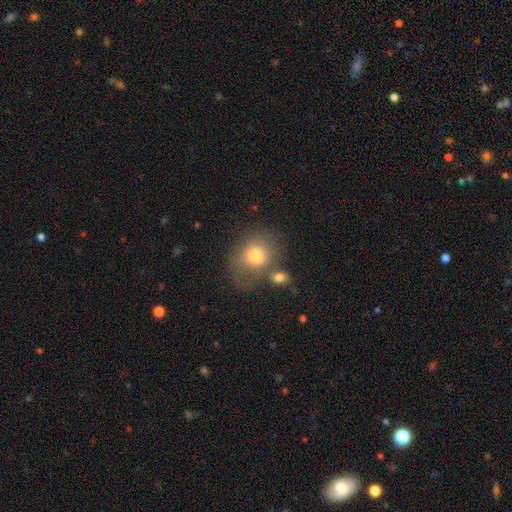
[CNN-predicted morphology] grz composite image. It shows a smooth galaxy with no disk features (74%) that is round (58%). Merging: none (46%).